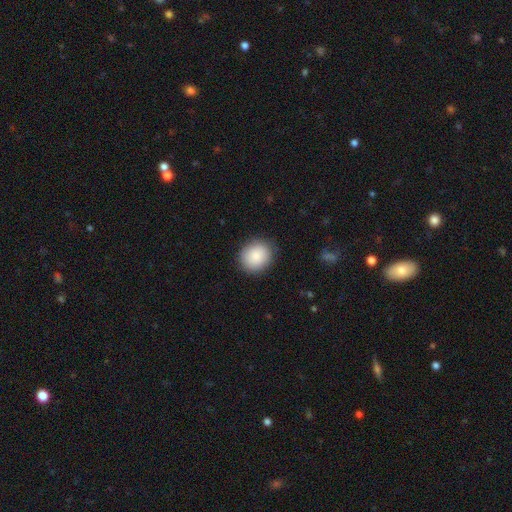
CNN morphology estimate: The model was most divided on "how rounded": round: 77%, in between: 22%, cigar-shaped: 1%. More confident: merging — none (88%); smooth or featured — smooth (87%).